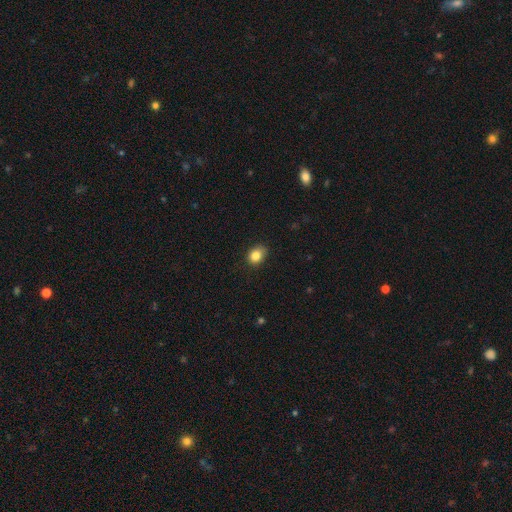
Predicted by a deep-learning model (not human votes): This appears to be a smooth galaxy with no disk features (84%) that is in between round and cigar-shaped (50%). Merging: none (81%).